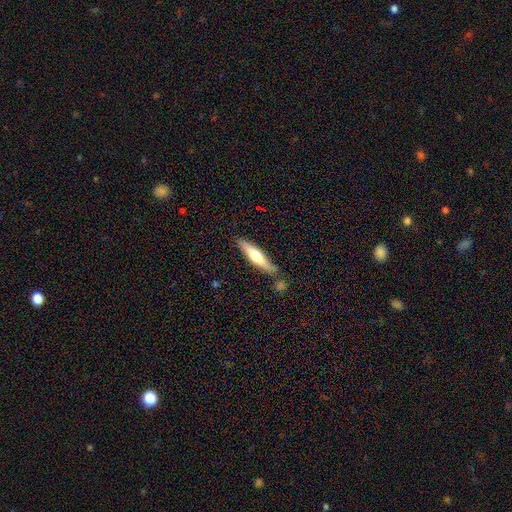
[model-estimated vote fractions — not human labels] Smooth or featured? Predicted: smooth (p=0.58). How rounded? Predicted: cigar-shaped (p=0.80). Merging? Predicted: none (p=0.79).